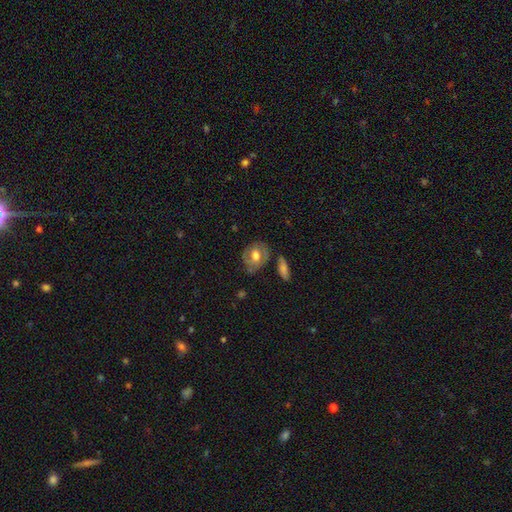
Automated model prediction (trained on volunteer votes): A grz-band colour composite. It shows a smooth galaxy with no disk features (51%) that is in between round and cigar-shaped (54%). Merging: none (64%).